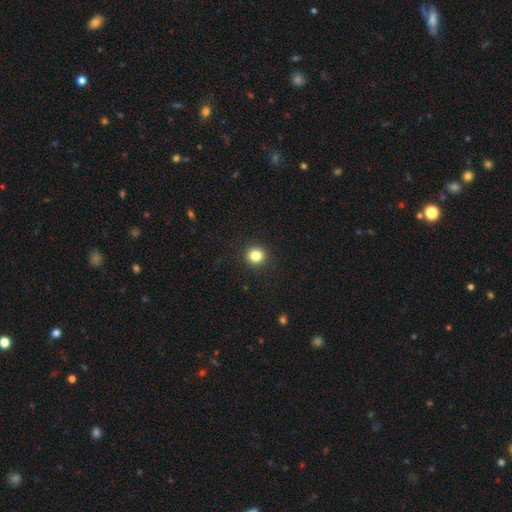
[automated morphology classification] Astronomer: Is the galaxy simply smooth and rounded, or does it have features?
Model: smooth — 84%.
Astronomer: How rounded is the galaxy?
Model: round — 87%.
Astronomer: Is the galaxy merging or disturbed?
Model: none — 92%.